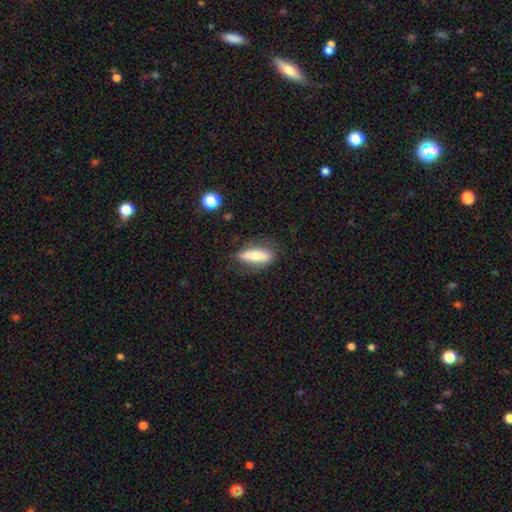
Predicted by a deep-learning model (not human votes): Smooth or featured? Predicted: smooth (p=0.64). How rounded? Predicted: cigar-shaped (p=0.49). Merging? Predicted: none (p=0.74).